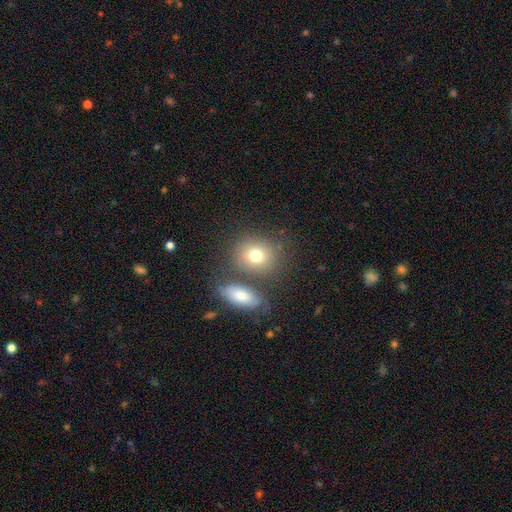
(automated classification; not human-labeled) Smooth or featured? smooth (75%)
How rounded? round (66%)
Merging? none (64%)